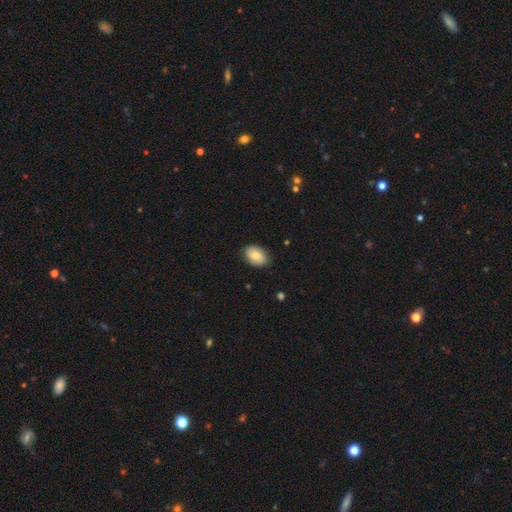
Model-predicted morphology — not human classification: Overall: smooth (78%). How rounded: in between (85%). Merging: none (85%).